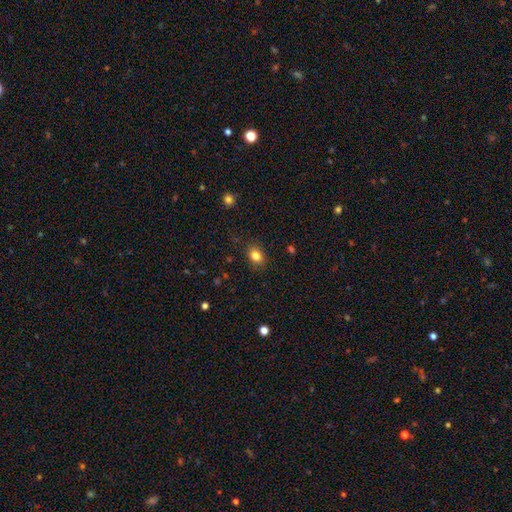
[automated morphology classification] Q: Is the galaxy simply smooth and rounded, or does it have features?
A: smooth — 83%.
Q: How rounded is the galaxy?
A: in between — 58%.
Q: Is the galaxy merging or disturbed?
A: none — 86%.